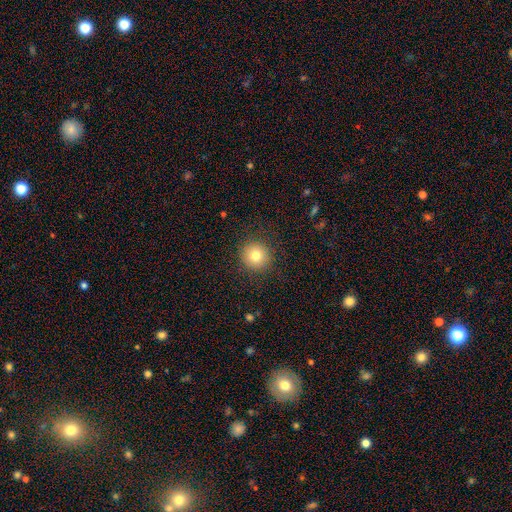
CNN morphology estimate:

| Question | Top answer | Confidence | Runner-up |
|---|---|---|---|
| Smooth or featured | smooth | 78% | star or artifact (12%) |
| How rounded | round | 94% | in between (5%) |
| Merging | none | 89% | minor disturbance (7%) |